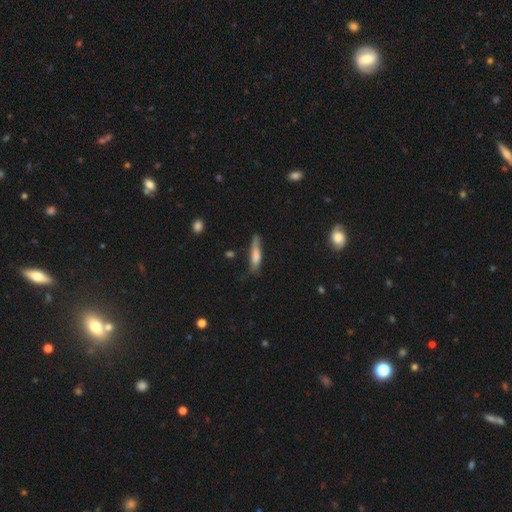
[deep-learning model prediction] The model was most divided on "merging": none: 59%, minor disturbance: 29%, major disturbance: 9%, merger: 3%. More confident: how rounded — cigar-shaped (77%); smooth or featured — smooth (67%).